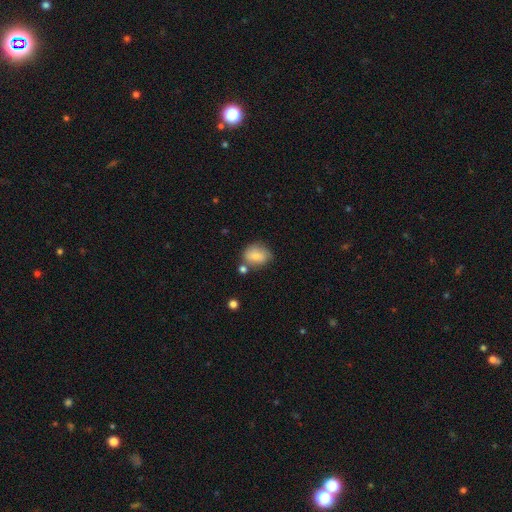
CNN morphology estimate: This is likely a smooth galaxy (76%). How rounded: possibly in between (54%). Merging: possibly none (55%).